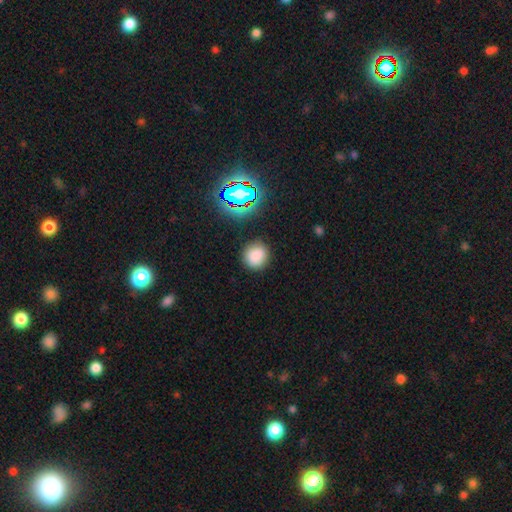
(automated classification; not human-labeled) Smooth or featured? Predicted: smooth (p=0.80). How rounded? Predicted: round (p=0.86). Merging? Predicted: none (p=0.87).